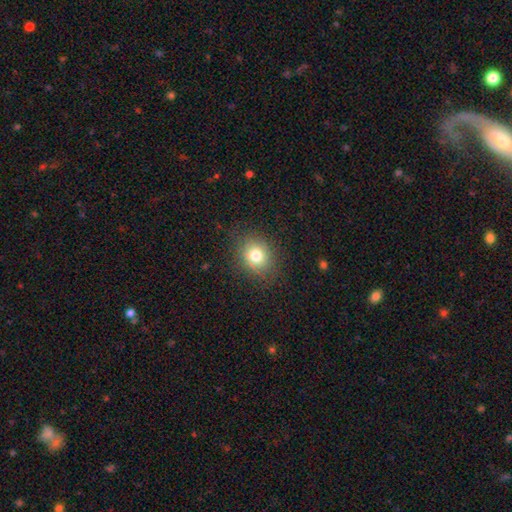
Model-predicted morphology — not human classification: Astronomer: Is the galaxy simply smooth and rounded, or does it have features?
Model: smooth — 77%.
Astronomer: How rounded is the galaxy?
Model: round — 62%.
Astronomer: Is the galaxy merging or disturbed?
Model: none — 83%.